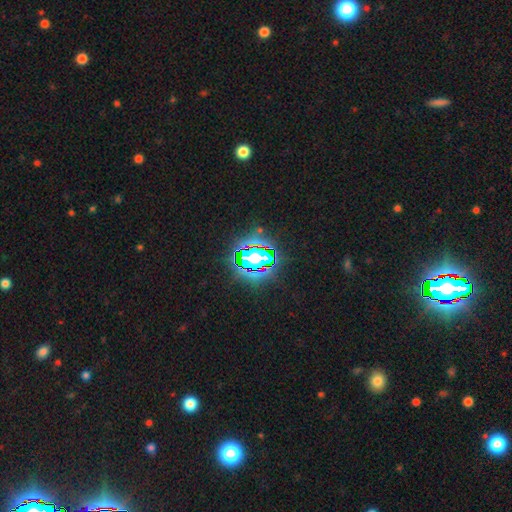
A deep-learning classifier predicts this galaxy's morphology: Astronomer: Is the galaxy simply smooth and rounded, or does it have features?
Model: star or artifact — 83%.